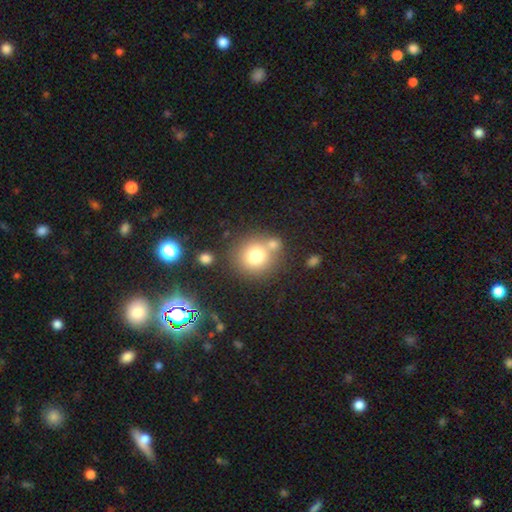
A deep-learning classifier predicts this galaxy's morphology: Smooth or featured: smooth — 76% (star or artifact — 12%)
How rounded: round — 86% (in between — 13%)
Merging: none — 62% (merger — 23%)